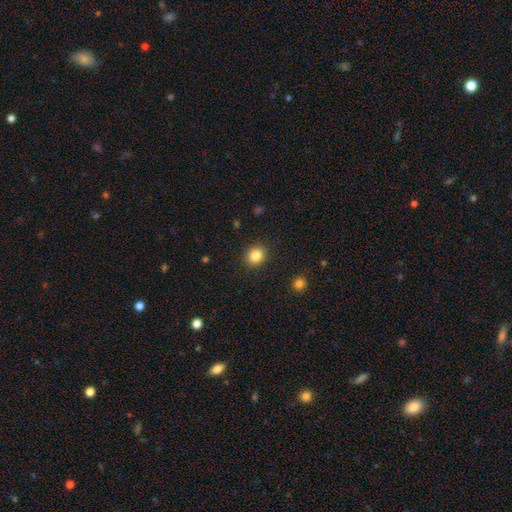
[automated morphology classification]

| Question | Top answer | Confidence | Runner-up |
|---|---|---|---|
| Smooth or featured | smooth | 84% | star or artifact (10%) |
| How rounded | round | 67% | in between (32%) |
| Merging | none | 89% | minor disturbance (8%) |